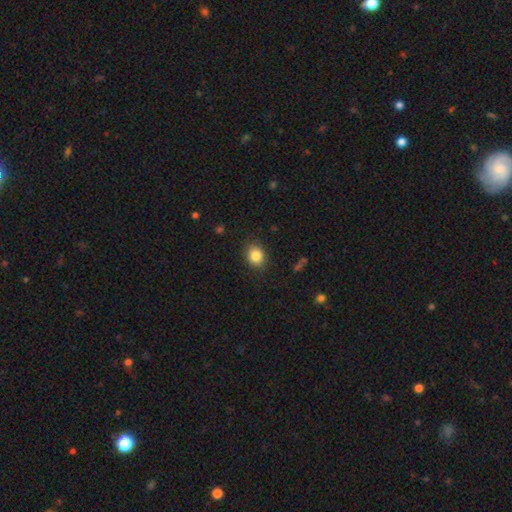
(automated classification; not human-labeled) smooth_or_featured: smooth (p=0.84) [alt: star or artifact p=0.10]
how_rounded: round (p=0.59) [alt: in between p=0.40]
merging: none (p=0.87) [alt: minor disturbance p=0.10]